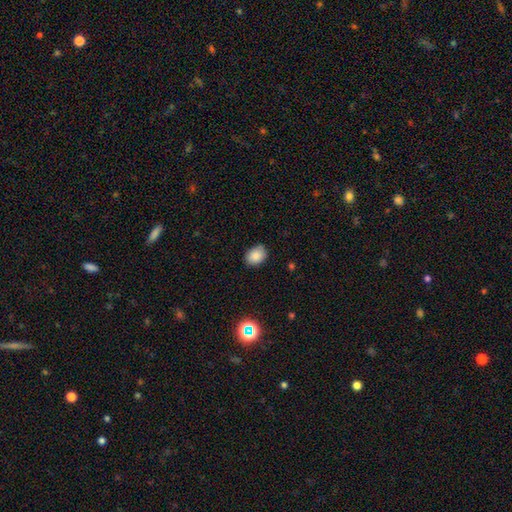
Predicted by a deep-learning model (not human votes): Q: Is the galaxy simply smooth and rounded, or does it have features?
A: smooth — 85%.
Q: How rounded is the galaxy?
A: in between — 62%.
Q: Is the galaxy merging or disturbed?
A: none — 83%.